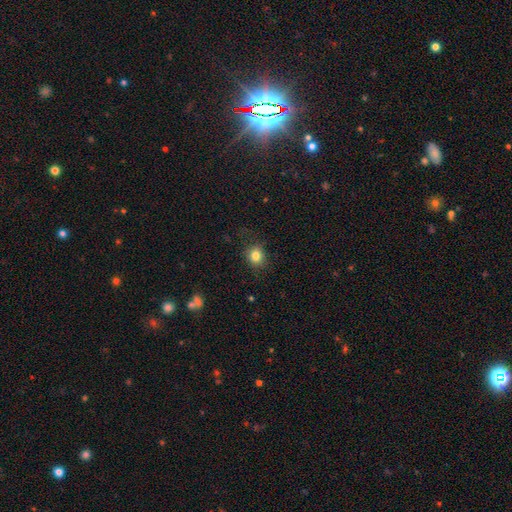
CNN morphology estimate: smooth_or_featured: smooth (p=0.82) [alt: star or artifact p=0.12]
how_rounded: round (p=0.74) [alt: in between p=0.25]
merging: none (p=0.82) [alt: minor disturbance p=0.13]